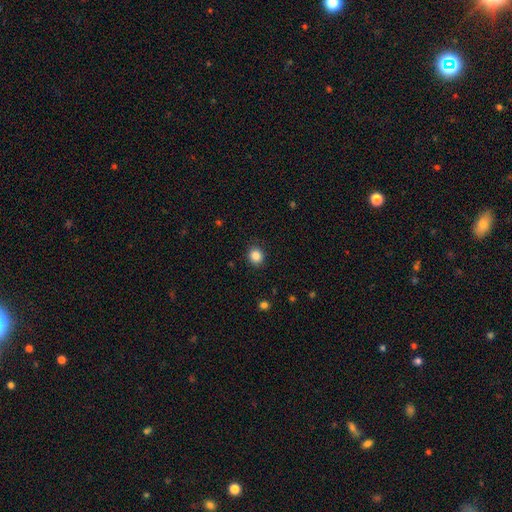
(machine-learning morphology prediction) smooth_or_featured: smooth (p=0.86) [alt: star or artifact p=0.10]
how_rounded: round (p=0.79) [alt: in between p=0.20]
merging: none (p=0.89) [alt: minor disturbance p=0.07]